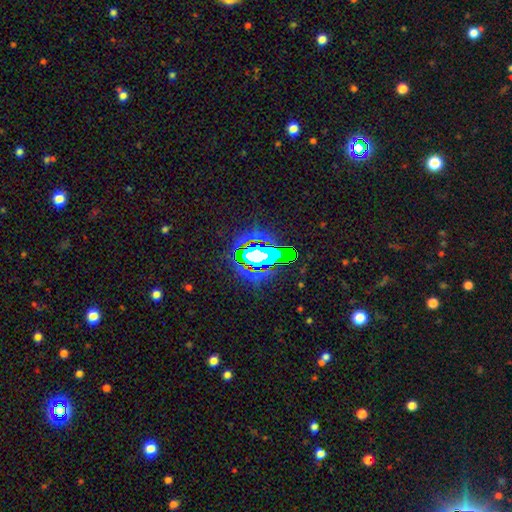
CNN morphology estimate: Smooth or featured: star or artifact — 58% (smooth — 22%)